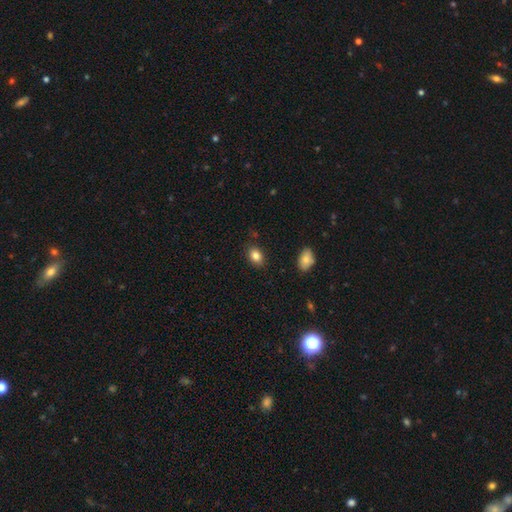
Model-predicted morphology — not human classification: Smooth or featured?
  - smooth: 84% *
  - star or artifact: 9%
  - featured or disk: 7%
How rounded?
  - in between: 79% *
  - round: 20%
  - cigar-shaped: 1%
Merging?
  - none: 85% *
  - minor disturbance: 11%
  - major disturbance: 3%
  - merger: 2%